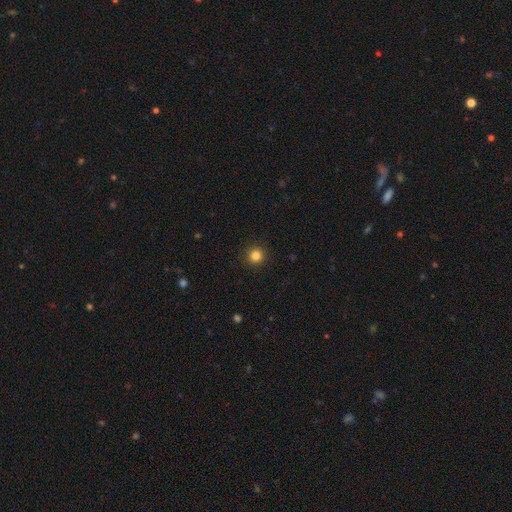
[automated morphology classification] smooth_or_featured: smooth (p=0.83) [alt: star or artifact p=0.12]
how_rounded: round (p=0.96) [alt: in between p=0.03]
merging: none (p=0.93) [alt: minor disturbance p=0.04]